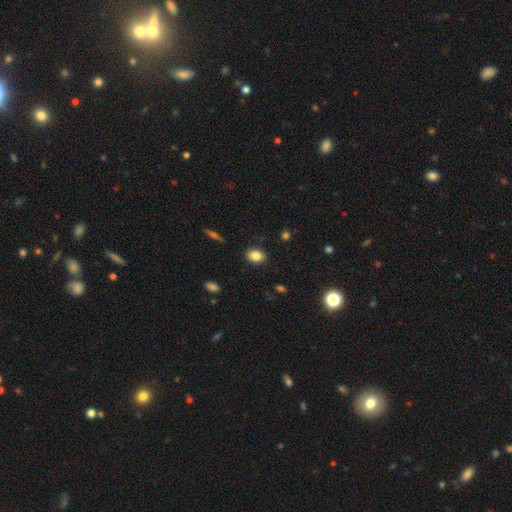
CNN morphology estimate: smooth-or-featured: smooth: 84% | star or artifact: 9% | featured or disk: 7%
  how-rounded: in between: 75% | round: 24% | cigar-shaped: 1%
  merging: none: 88% | minor disturbance: 8% | major disturbance: 2% | merger: 1%